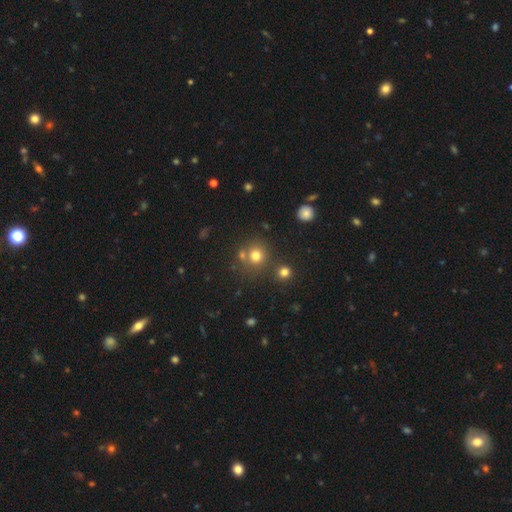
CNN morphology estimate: Overall: smooth (75%). How rounded: round (89%). Merging: none (69%).